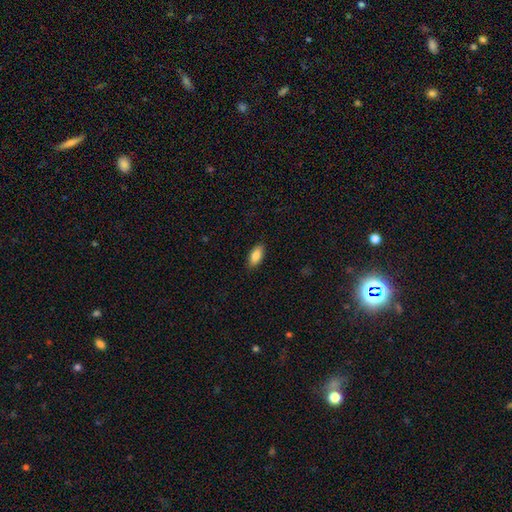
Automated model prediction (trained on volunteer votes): smooth 85%, featured or disk 8%, star or artifact 7%. Down the decision tree: how rounded — in between (89%); merging — none (88%).